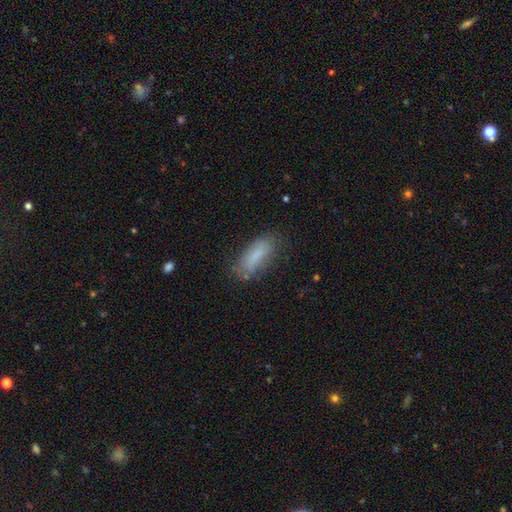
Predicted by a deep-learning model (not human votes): The model was most divided on "how rounded": in between: 71%, cigar-shaped: 27%, round: 2%. More confident: smooth or featured — smooth (77%); merging — none (71%).